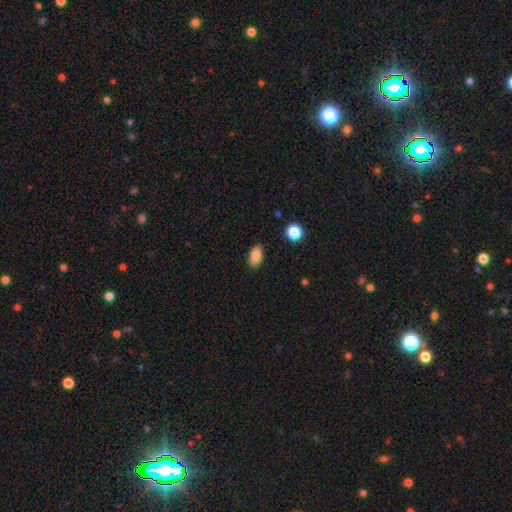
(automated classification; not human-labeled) The model was most divided on "smooth or featured": smooth: 86%, star or artifact: 9%, featured or disk: 6%. More confident: how rounded — in between (91%); merging — none (87%).